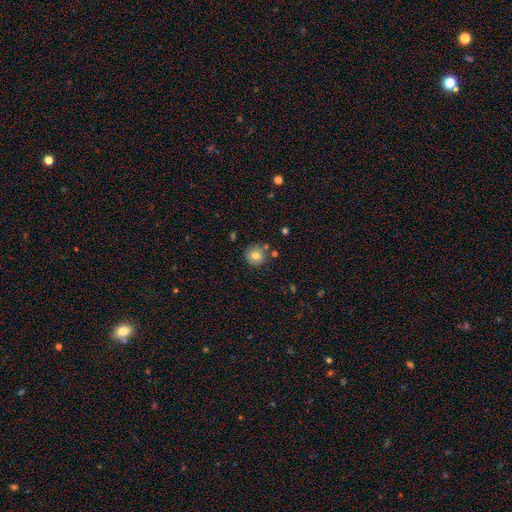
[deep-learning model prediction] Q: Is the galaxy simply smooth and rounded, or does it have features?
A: smooth — 77%.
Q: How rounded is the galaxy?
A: round — 92%.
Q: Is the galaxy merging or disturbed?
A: none — 82%.